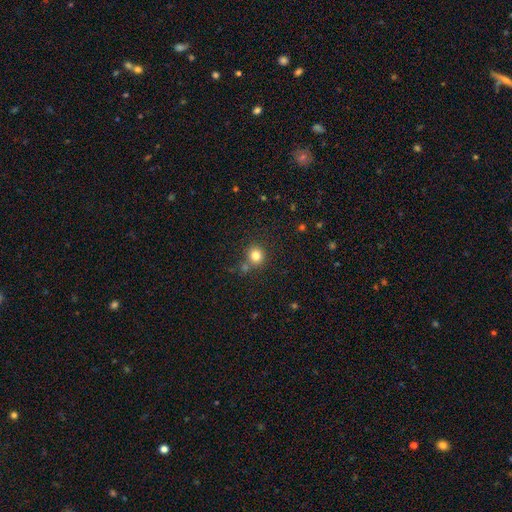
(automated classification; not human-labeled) smooth 81%, star or artifact 13%, featured or disk 7%. Down the decision tree: how rounded — round (89%); merging — none (72%).